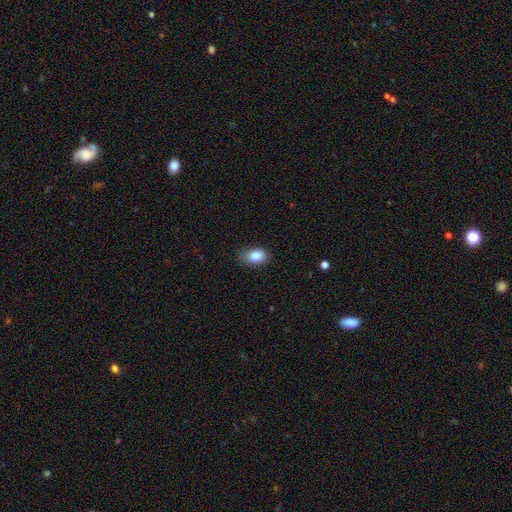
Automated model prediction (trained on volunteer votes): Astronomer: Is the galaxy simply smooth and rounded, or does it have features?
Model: smooth — 86%.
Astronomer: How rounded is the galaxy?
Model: in between — 88%.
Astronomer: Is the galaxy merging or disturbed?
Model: none — 75%.